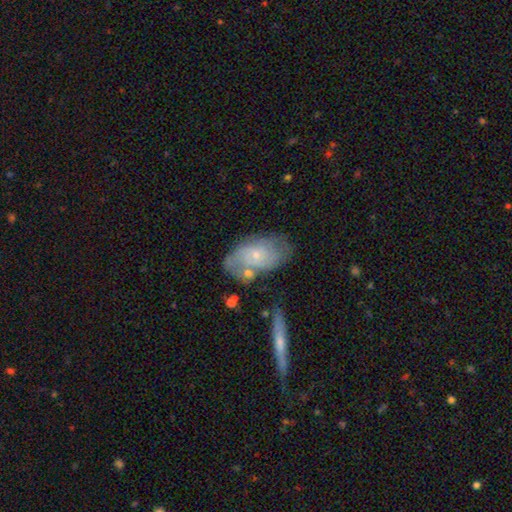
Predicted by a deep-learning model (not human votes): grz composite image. It shows a featured or disk galaxy (52%). Merging: none (55%).